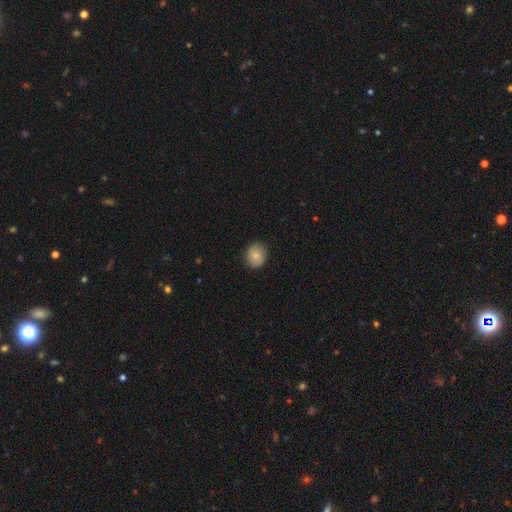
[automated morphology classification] This appears to be a smooth galaxy with no disk features (81%) that is round (67%). Merging: none (87%).